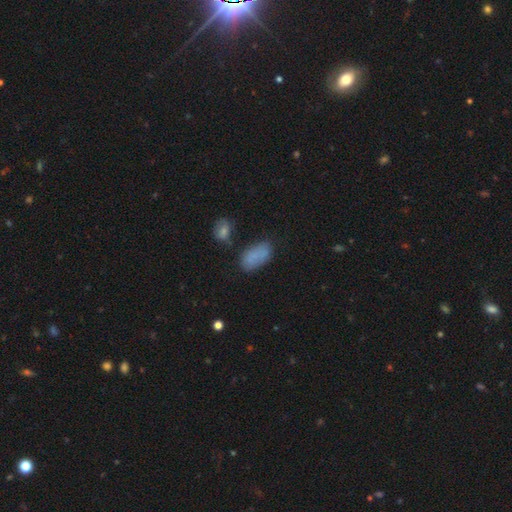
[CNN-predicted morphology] Smooth or featured?
  - smooth: 80% *
  - star or artifact: 11%
  - featured or disk: 9%
How rounded?
  - in between: 93% *
  - round: 4%
  - cigar-shaped: 3%
Merging?
  - none: 63% *
  - minor disturbance: 22%
  - merger: 8%
  - major disturbance: 8%